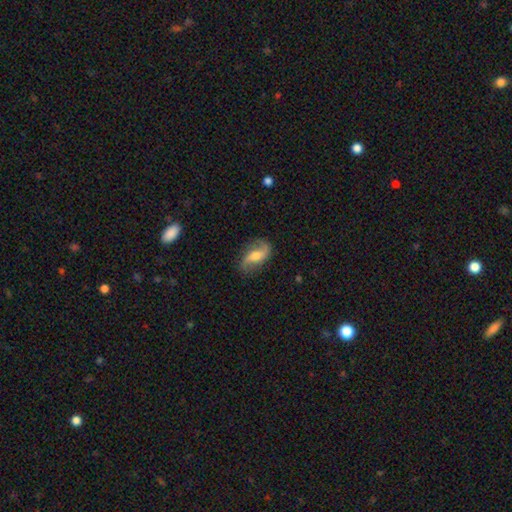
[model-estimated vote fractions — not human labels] A featured or disk galaxy (71%) with a weak bar (39%), 2 (90%) loose (72%) spiral arms (91%) and a moderate central bulge (61%).

Vote fractions:
- Smooth or featured? featured or disk: 71% / smooth: 23% / star or artifact: 7%
- Edge-on disk? no: 93% / yes: 7%
- Bar? weak: 39% / no: 38% / strong: 24%
- Spiral arms? yes: 91% / no: 9%
- Spiral winding? loose: 72% / medium: 21% / tight: 7%
- Spiral arm count? 2: 90% / can't tell: 4% / 1: 3% / 3: 1% / 4: 1% / more than 4: 1%
- Bulge size? moderate: 61% / small: 24% / large: 10% / none: 3% / dominant: 2%
- Merging? none: 77% / minor disturbance: 16% / major disturbance: 5% / merger: 1%